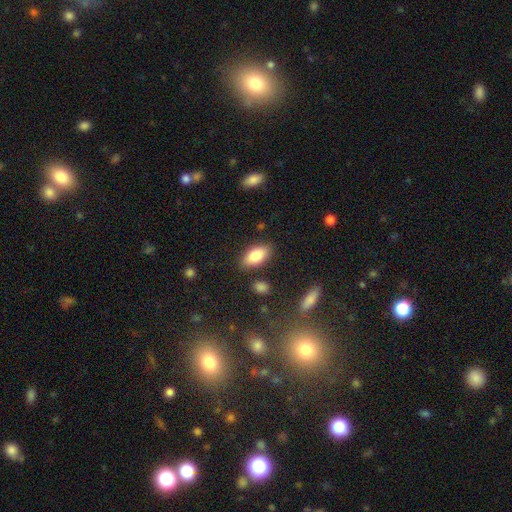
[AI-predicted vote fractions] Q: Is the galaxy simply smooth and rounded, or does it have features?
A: smooth — 84%.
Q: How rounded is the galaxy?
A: in between — 91%.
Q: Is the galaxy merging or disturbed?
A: none — 84%.